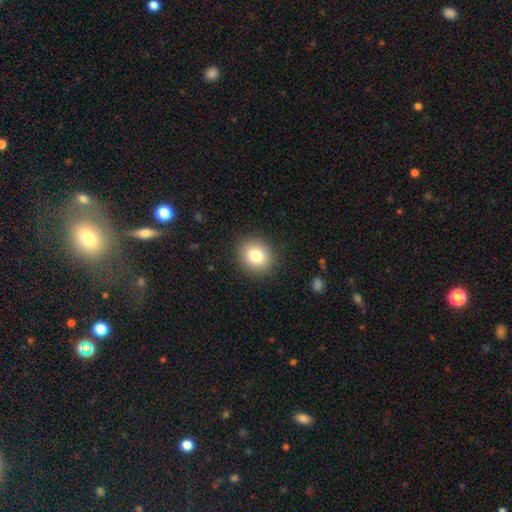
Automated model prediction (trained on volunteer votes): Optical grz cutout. It shows a smooth galaxy with no disk features (81%) that is round (79%). Merging: none (90%).